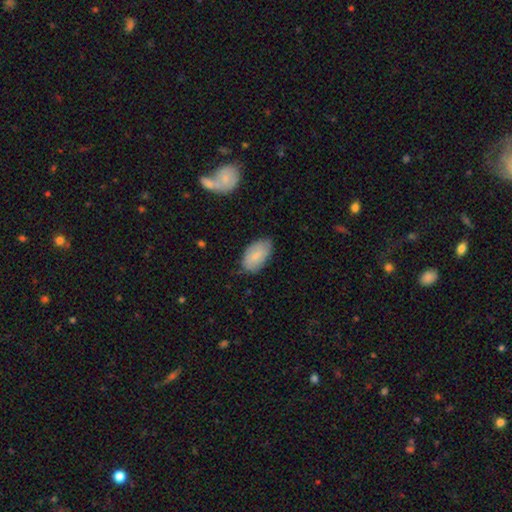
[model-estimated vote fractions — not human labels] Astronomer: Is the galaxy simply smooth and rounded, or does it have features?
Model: smooth — 76%.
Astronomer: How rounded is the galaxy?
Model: in between — 95%.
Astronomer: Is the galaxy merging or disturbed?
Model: none — 75%.